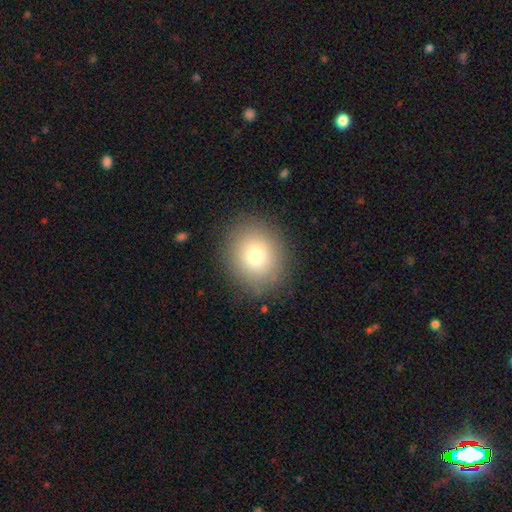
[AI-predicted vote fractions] Smooth or featured? smooth (74%)
How rounded? round (77%)
Merging? none (87%)